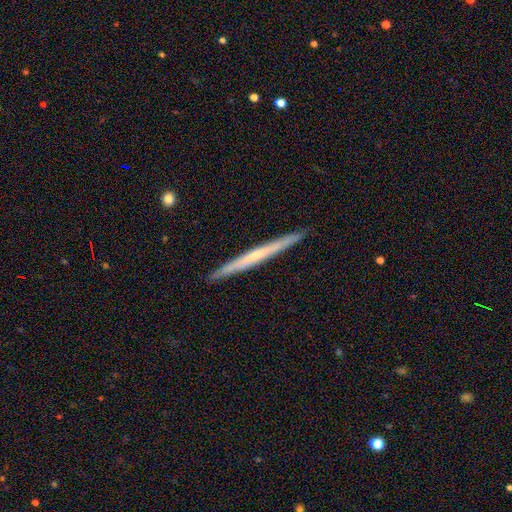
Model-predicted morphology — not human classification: A featured or disk galaxy (58%) viewed edge-on (97%) with no central bulge (69%). Merging: none (92%).